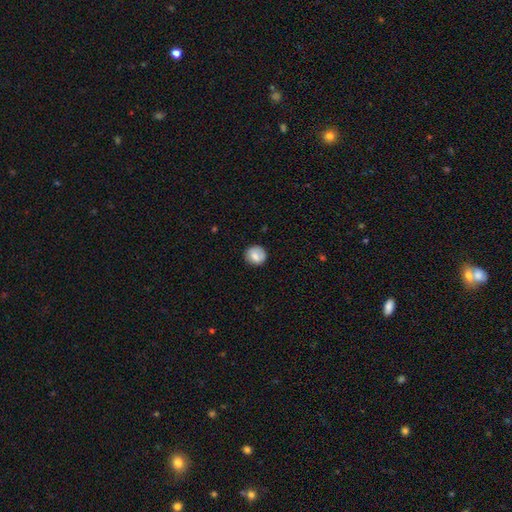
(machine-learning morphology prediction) Q: Smooth or featured?
A: smooth (77%); runner-up: featured or disk (15%)
Q: How rounded?
A: round (90%); runner-up: in between (9%)
Q: Merging?
A: none (82%); runner-up: minor disturbance (13%)